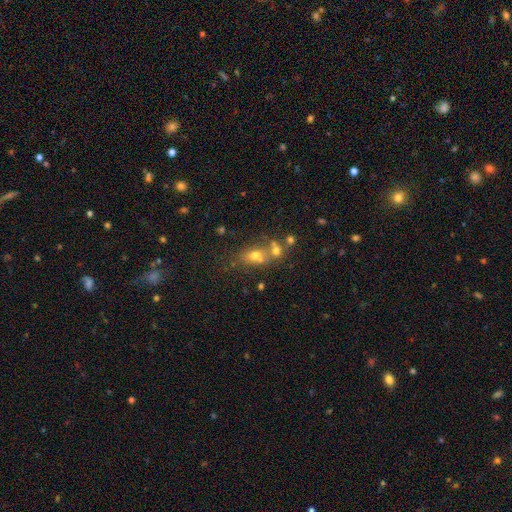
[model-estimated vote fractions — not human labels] Smooth or featured? Predicted: smooth (p=0.60). How rounded? Predicted: in between (p=0.58). Merging? Predicted: merger (p=0.41).